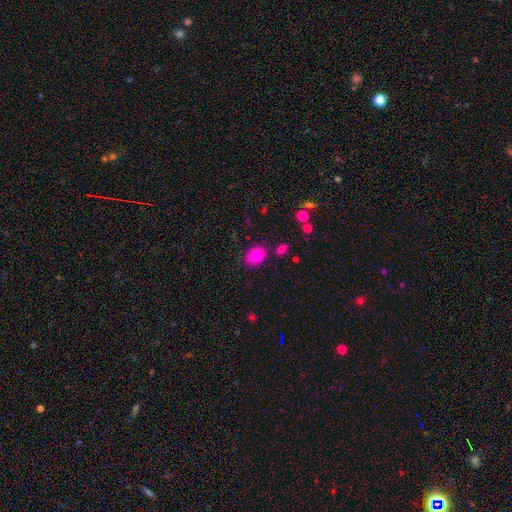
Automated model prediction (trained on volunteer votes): smooth_or_featured: smooth (p=0.80) [alt: featured or disk p=0.11]
how_rounded: in between (p=0.65) [alt: round p=0.34]
merging: none (p=0.83) [alt: minor disturbance p=0.10]